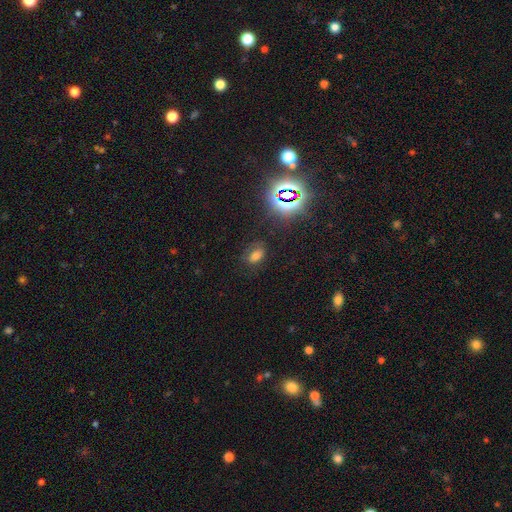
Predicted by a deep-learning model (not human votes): Smooth or featured? smooth (60%)
How rounded? in between (83%)
Merging? none (69%)